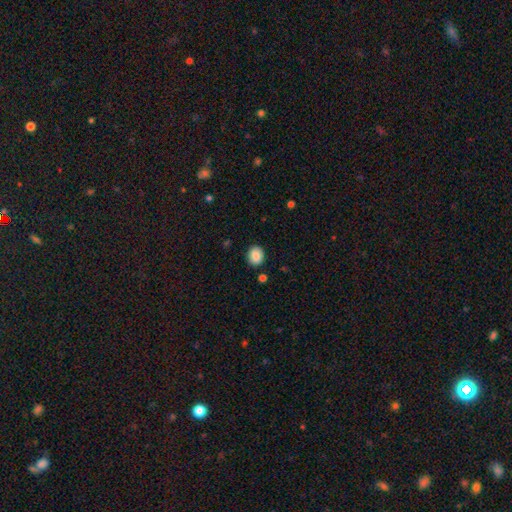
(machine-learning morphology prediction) A smooth galaxy with no disk features (86%) that is round (69%).

Vote fractions:
- Smooth or featured? smooth: 86% / star or artifact: 8% / featured or disk: 5%
- How rounded? round: 69% / in between: 30% / cigar-shaped: 1%
- Merging? none: 89% / minor disturbance: 8% / major disturbance: 2% / merger: 2%